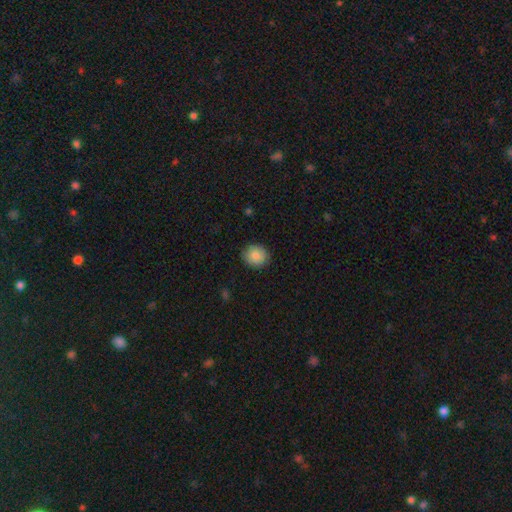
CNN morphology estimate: Smooth or featured: smooth — 88% (star or artifact — 8%)
How rounded: round — 75% (in between — 24%)
Merging: none — 88% (minor disturbance — 9%)